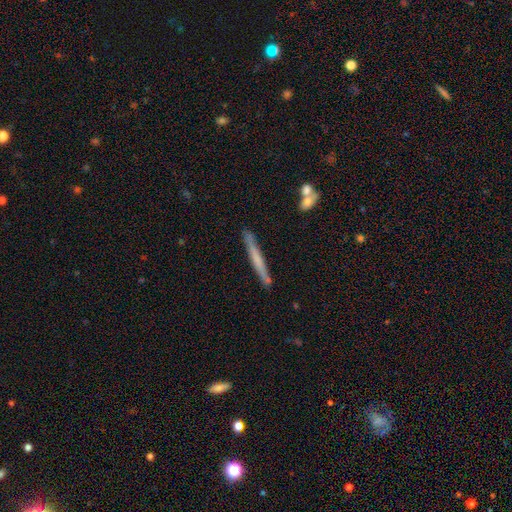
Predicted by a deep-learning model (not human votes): Smooth or featured? Predicted: smooth (p=0.48). Merging? Predicted: none (p=0.88).